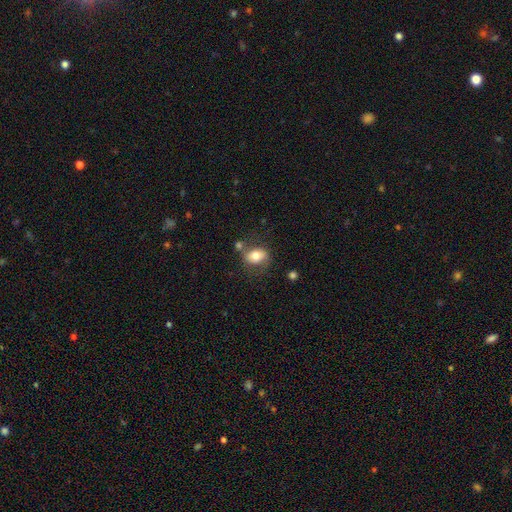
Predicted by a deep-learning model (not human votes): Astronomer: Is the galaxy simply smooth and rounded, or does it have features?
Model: smooth — 73%.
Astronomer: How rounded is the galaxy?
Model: in between — 74%.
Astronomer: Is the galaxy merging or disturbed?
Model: none — 58%.